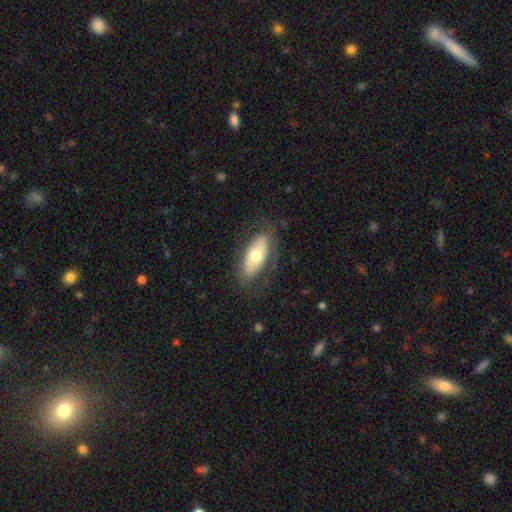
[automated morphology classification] Q: Smooth or featured?
A: smooth (55%); runner-up: featured or disk (39%)
Q: How rounded?
A: in between (86%); runner-up: cigar-shaped (11%)
Q: Merging?
A: none (71%); runner-up: minor disturbance (18%)